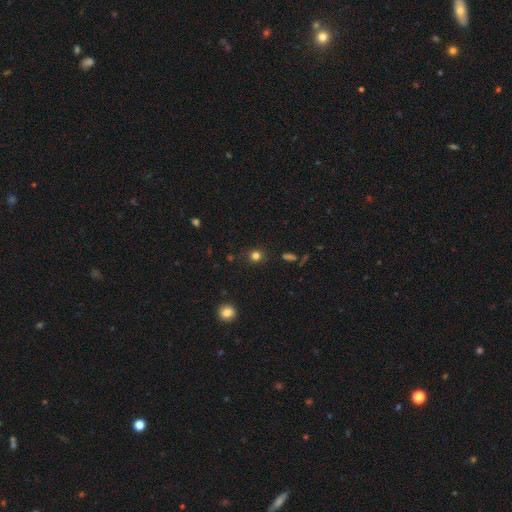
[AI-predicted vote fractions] This appears to be a smooth galaxy with no disk features (79%) that is round (87%). Merging: none (87%).